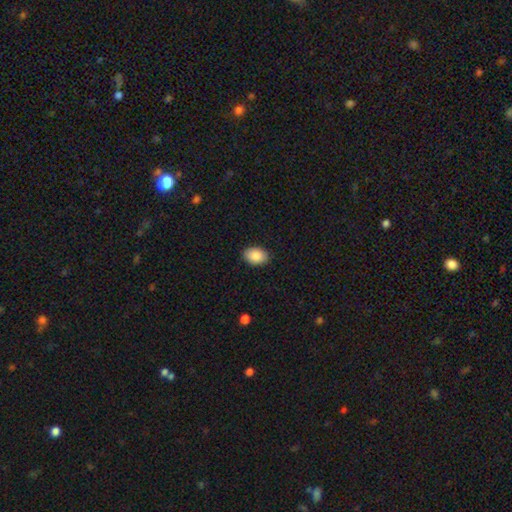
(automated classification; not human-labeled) Q: Smooth or featured?
A: smooth (90%); runner-up: star or artifact (7%)
Q: How rounded?
A: in between (85%); runner-up: round (14%)
Q: Merging?
A: none (89%); runner-up: minor disturbance (8%)